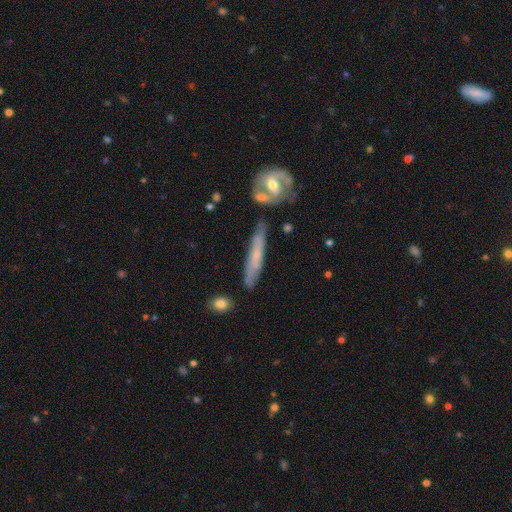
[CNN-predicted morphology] Smooth or featured? Predicted: featured or disk (p=0.52). Edge-on disk? Predicted: yes (p=0.71). Merging? Predicted: none (p=0.73).